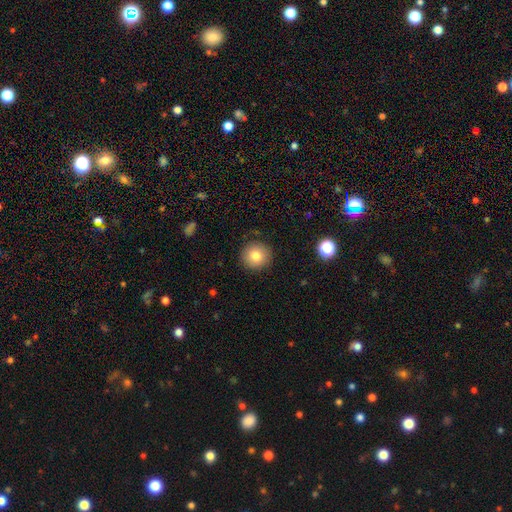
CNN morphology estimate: The model was most divided on "smooth or featured": smooth: 83%, star or artifact: 9%, featured or disk: 8%. More confident: how rounded — round (93%); merging — none (89%).